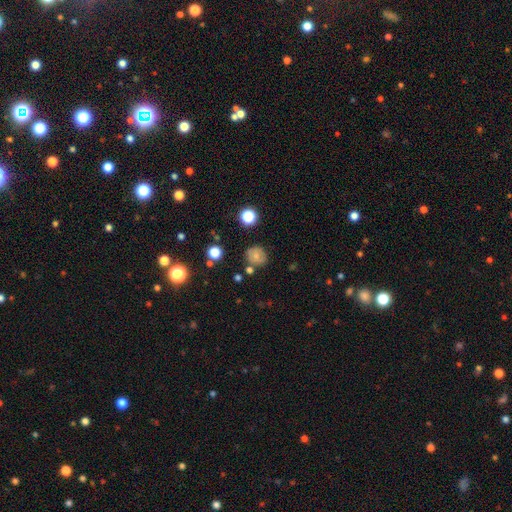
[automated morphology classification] smooth-or-featured: smooth: 68% | featured or disk: 17% | star or artifact: 15%
  how-rounded: round: 79% | in between: 20% | cigar-shaped: 1%
  merging: none: 74% | minor disturbance: 16% | merger: 6% | major disturbance: 4%